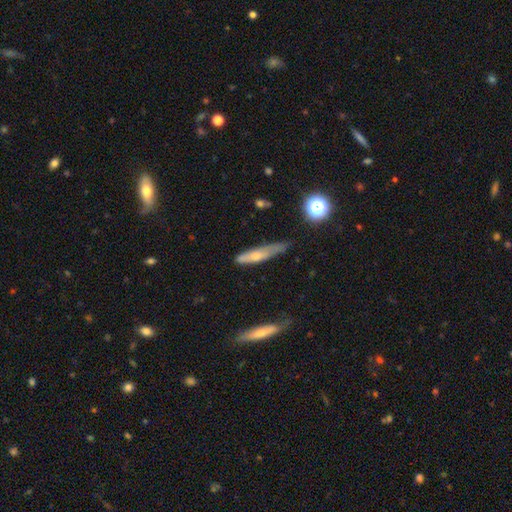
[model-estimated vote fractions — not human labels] Smooth or featured: smooth — 49% (featured or disk — 41%)
Merging: none — 55% (minor disturbance — 32%)